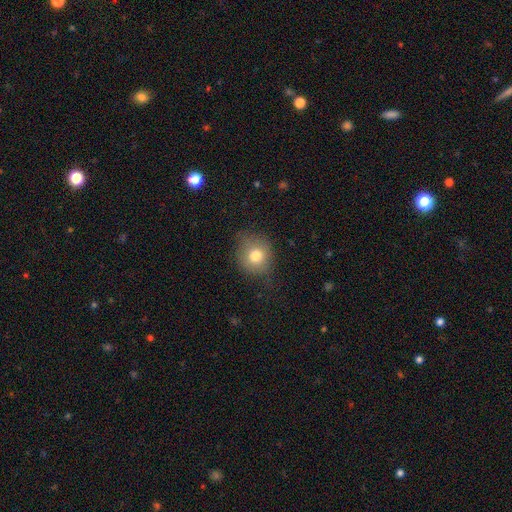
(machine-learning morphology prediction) This appears to be a smooth galaxy with no disk features (77%) that is round (78%). Merging: none (69%).